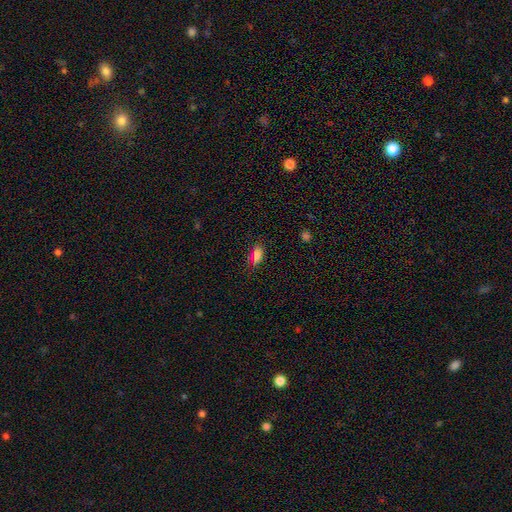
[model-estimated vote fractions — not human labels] A smooth galaxy with no disk features (75%) that is in between round and cigar-shaped (85%).

Vote fractions:
- Smooth or featured? smooth: 75% / star or artifact: 18% / featured or disk: 7%
- How rounded? in between: 85% / cigar-shaped: 9% / round: 6%
- Merging? none: 77% / minor disturbance: 17% / major disturbance: 4% / merger: 2%